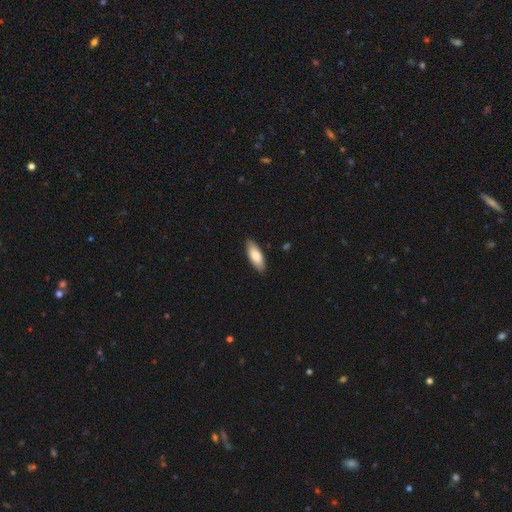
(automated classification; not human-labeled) smooth 82%, featured or disk 13%, star or artifact 5%. Down the decision tree: how rounded — in between (73%); merging — none (89%).